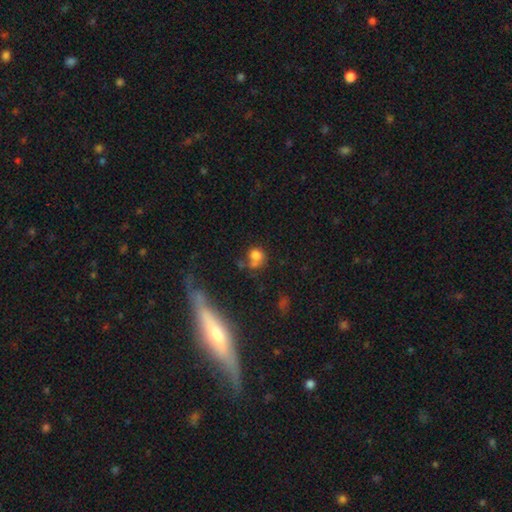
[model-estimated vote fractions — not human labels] smooth 73%, star or artifact 14%, featured or disk 13%. Down the decision tree: how rounded — round (76%); merging — none (42%).